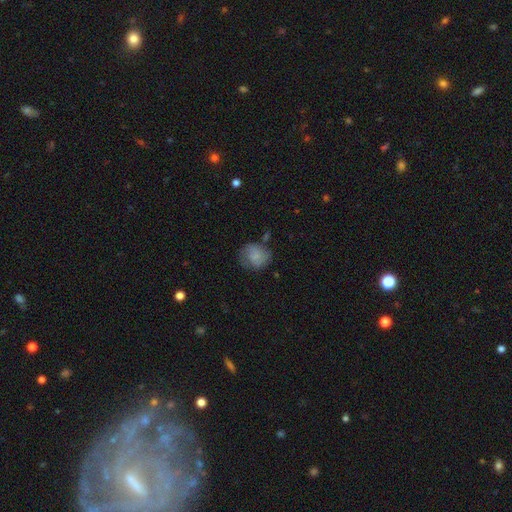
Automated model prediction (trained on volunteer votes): Overall: smooth (71%). How rounded: round (74%). Merging: none (57%; minor disturbance 27%).